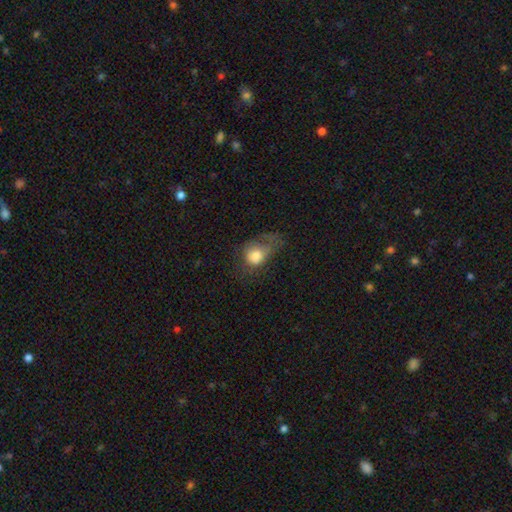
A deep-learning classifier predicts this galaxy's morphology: Q: Smooth or featured?
A: smooth (72%); runner-up: featured or disk (18%)
Q: How rounded?
A: in between (53%); runner-up: round (46%)
Q: Merging?
A: major disturbance (49%); runner-up: minor disturbance (25%)